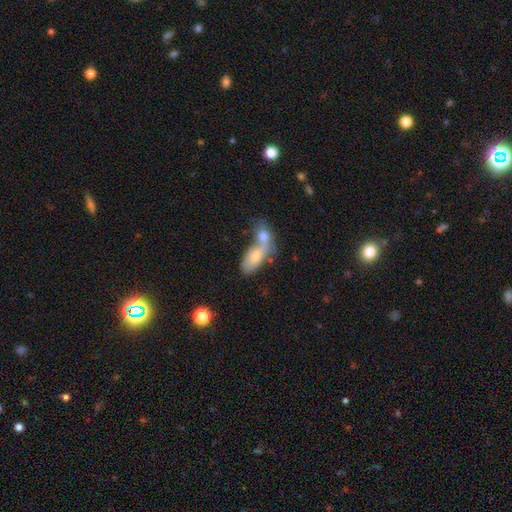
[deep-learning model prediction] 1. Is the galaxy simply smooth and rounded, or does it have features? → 67% smooth, 24% featured or disk, 9% star or artifact.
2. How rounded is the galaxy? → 81% in between, 11% cigar-shaped, 8% round.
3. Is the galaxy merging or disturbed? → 71% merger, 18% none, 6% minor disturbance, 5% major disturbance.